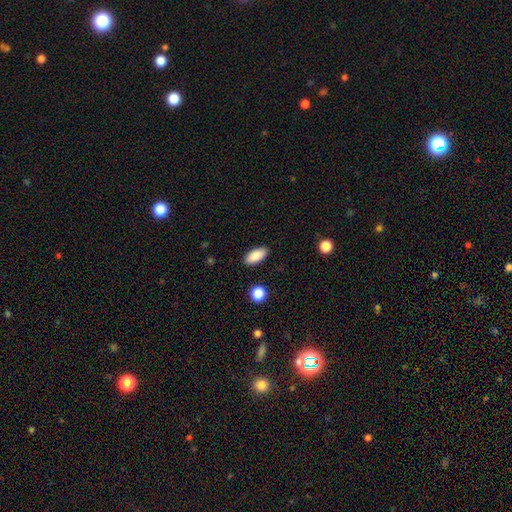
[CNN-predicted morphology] Overall: smooth (88%). How rounded: in between (88%). Merging: none (89%).